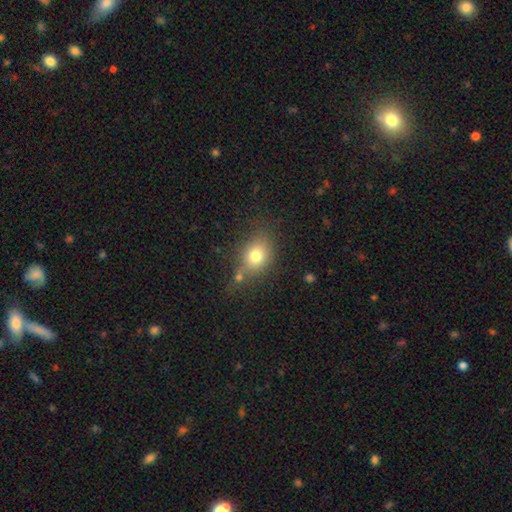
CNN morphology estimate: Smooth or featured?
  - smooth: 76% *
  - featured or disk: 12%
  - star or artifact: 12%
How rounded?
  - in between: 53% *
  - round: 45%
  - cigar-shaped: 2%
Merging?
  - none: 59% *
  - minor disturbance: 19%
  - merger: 13%
  - major disturbance: 9%